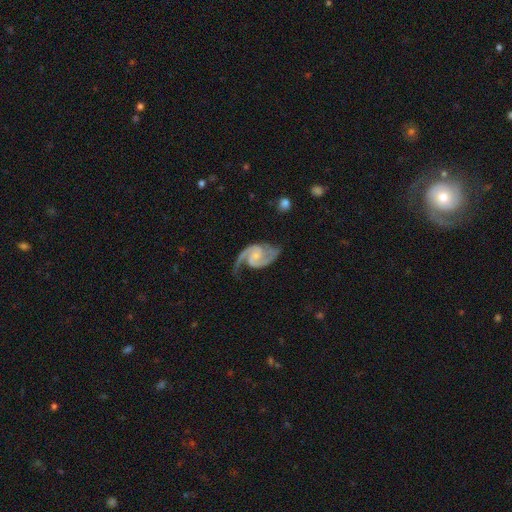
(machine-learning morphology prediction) Smooth or featured? Predicted: featured or disk (p=0.93). Edge-on disk? Predicted: no (p=0.98). Bar? Predicted: no (p=0.58). Spiral arms? Predicted: yes (p=0.98). Spiral winding? Predicted: medium (p=0.59). Spiral arm count? Predicted: 2 (p=0.93). Bulge size? Predicted: small (p=0.62). Merging? Predicted: none (p=0.69).